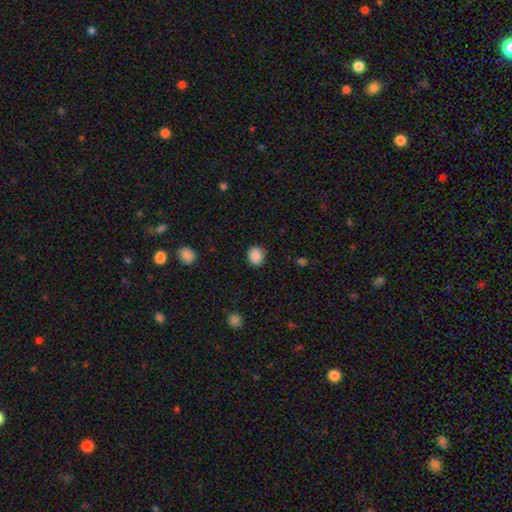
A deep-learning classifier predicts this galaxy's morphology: Smooth or featured: smooth — 88% (star or artifact — 9%)
How rounded: round — 77% (in between — 22%)
Merging: none — 86% (minor disturbance — 10%)